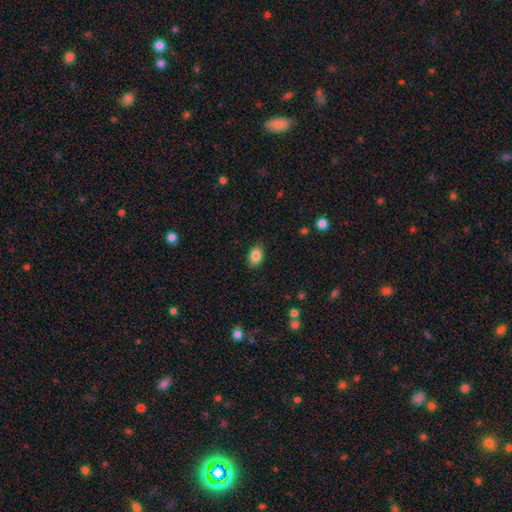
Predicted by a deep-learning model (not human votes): smooth 85%, star or artifact 8%, featured or disk 7%. Down the decision tree: how rounded — in between (82%); merging — none (85%).